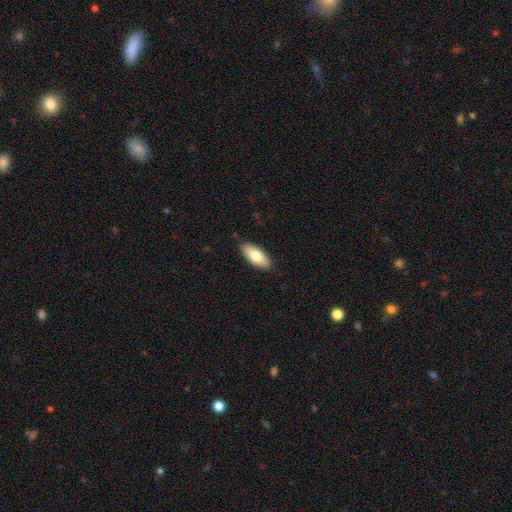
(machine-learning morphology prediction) Overall: smooth (77%). How rounded: in between (84%). Merging: none (87%).